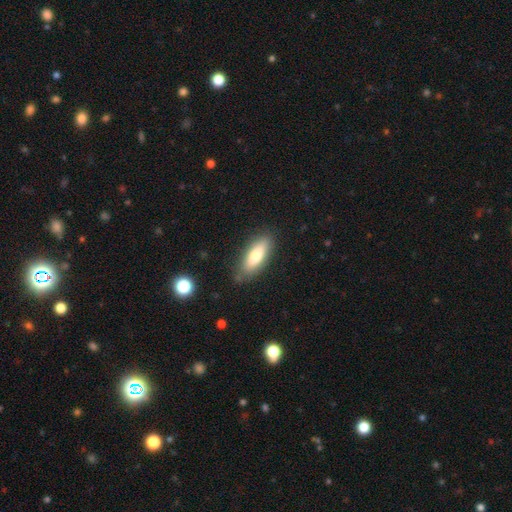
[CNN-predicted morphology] Smooth or featured? smooth (72%)
How rounded? in between (65%)
Merging? none (82%)